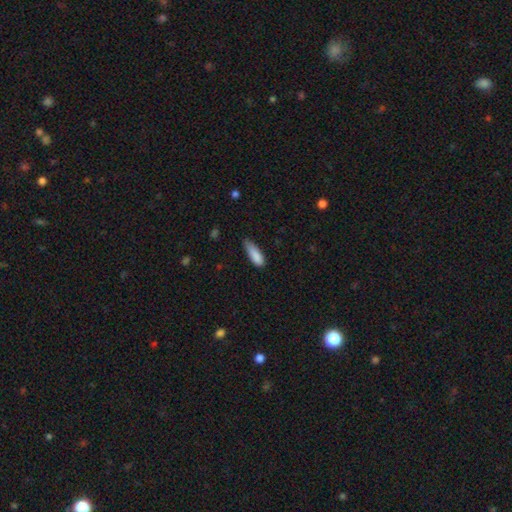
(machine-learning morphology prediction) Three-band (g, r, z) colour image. It shows a smooth galaxy with no disk features (86%) that is in between round and cigar-shaped (52%). Merging: none (52%).